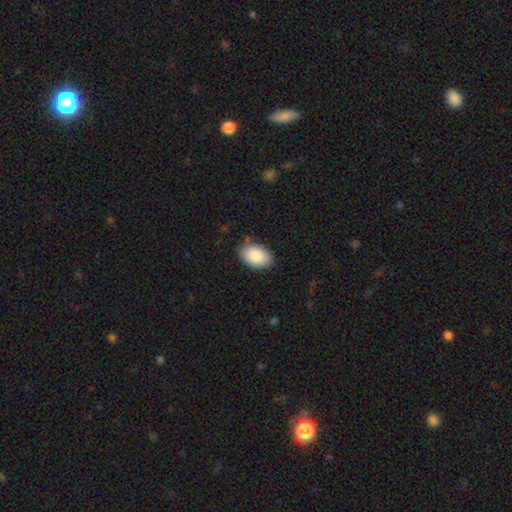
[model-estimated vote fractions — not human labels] This is clearly a smooth galaxy (88%). How rounded: clearly in between (92%). Merging: clearly none (85%).